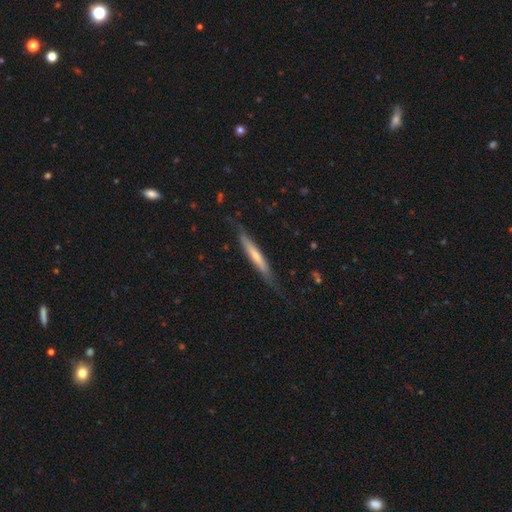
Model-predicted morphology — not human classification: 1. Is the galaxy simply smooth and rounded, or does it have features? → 48% featured or disk, 46% smooth, 6% star or artifact.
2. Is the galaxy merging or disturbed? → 76% none, 18% minor disturbance, 5% major disturbance, 2% merger.